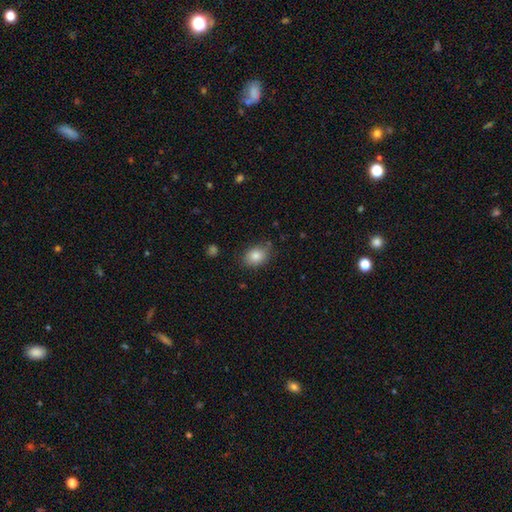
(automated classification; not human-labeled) This appears to be a smooth galaxy with no disk features (84%) that is in between round and cigar-shaped (70%). Merging: none (79%).